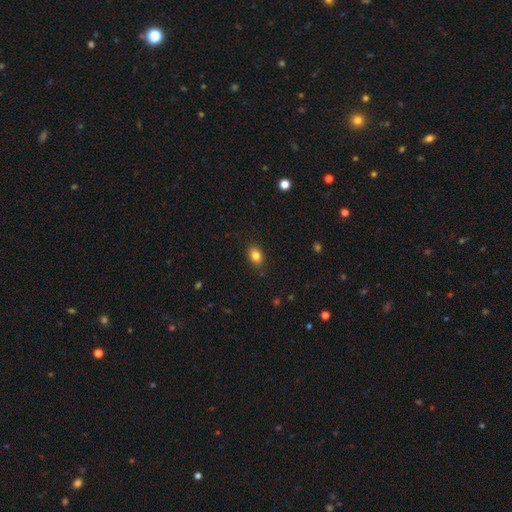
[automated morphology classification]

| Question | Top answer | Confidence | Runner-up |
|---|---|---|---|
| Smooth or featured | smooth | 83% | star or artifact (10%) |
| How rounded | in between | 75% | round (24%) |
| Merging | none | 84% | minor disturbance (12%) |